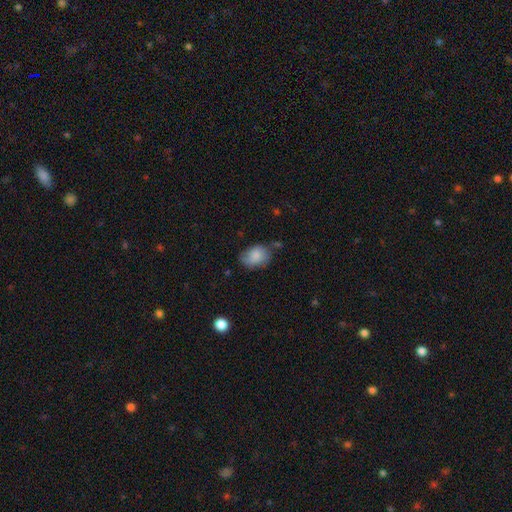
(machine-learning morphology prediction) Overall: smooth (83%). How rounded: in between (75%). Merging: none (59%; minor disturbance 29%).